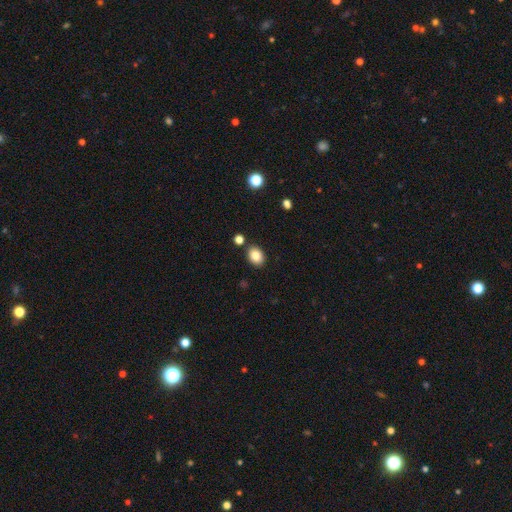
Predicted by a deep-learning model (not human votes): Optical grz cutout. It shows a smooth galaxy with no disk features (85%) that is in between round and cigar-shaped (63%). Merging: none (84%).